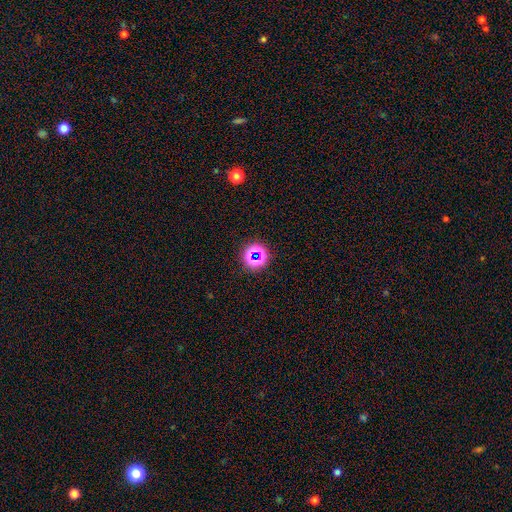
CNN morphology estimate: Overall: star or artifact (59%; smooth 30%).